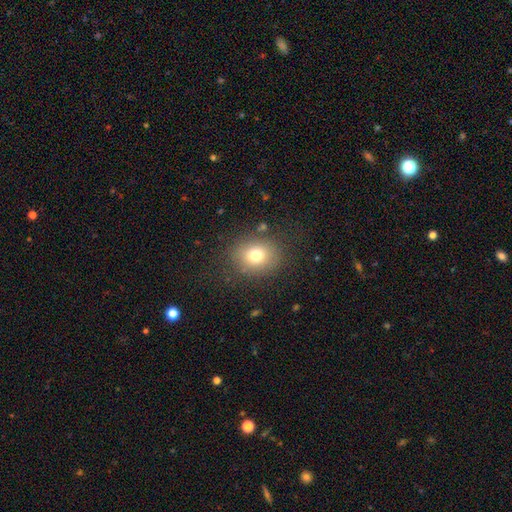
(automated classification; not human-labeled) This appears to be a smooth galaxy with no disk features (74%) that is round (66%). Merging: none (82%).